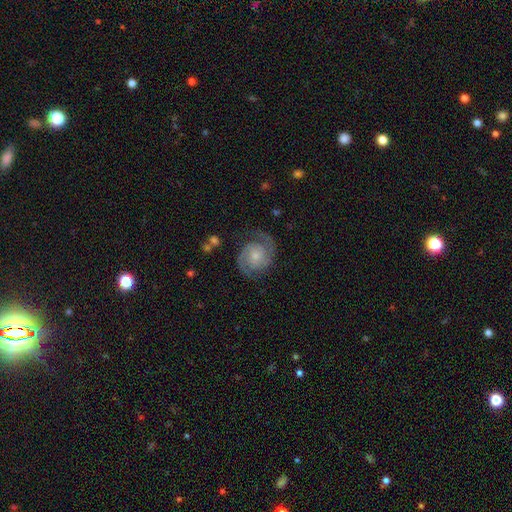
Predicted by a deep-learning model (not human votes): Smooth or featured? featured or disk (87%)
Edge-on disk? no (98%)
Bar? no (69%)
Spiral arms? yes (97%)
Spiral winding? medium (49%)
Spiral arm count? 2 (92%)
Bulge size? small (57%)
Merging? none (79%)